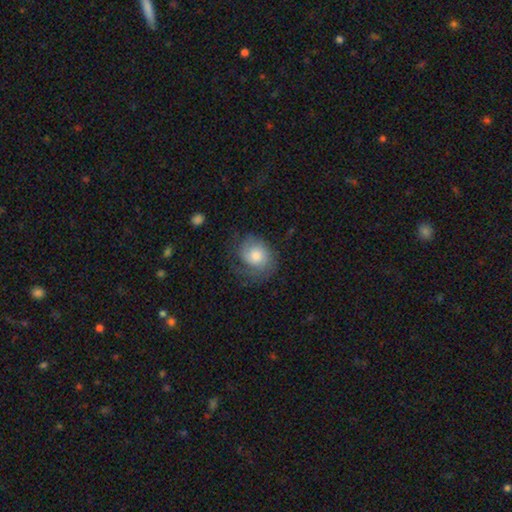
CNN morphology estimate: Q: Smooth or featured?
A: smooth (52%); runner-up: featured or disk (40%)
Q: How rounded?
A: round (64%); runner-up: in between (35%)
Q: Merging?
A: none (54%); runner-up: minor disturbance (25%)